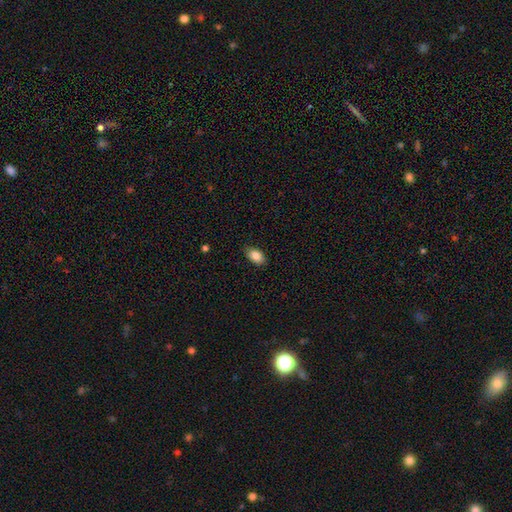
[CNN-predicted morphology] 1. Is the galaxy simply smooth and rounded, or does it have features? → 85% smooth, 8% star or artifact, 7% featured or disk.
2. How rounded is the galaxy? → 90% in between, 9% round, 2% cigar-shaped.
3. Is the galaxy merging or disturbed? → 85% none, 12% minor disturbance, 2% major disturbance, 1% merger.